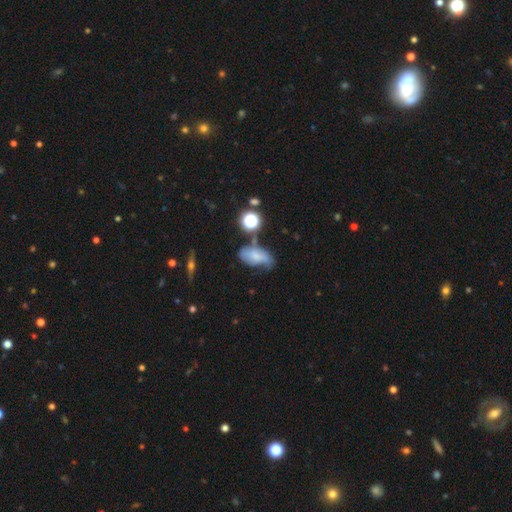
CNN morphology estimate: A smooth galaxy with no disk features (55%) that is in between round and cigar-shaped (87%).

Vote fractions:
- Smooth or featured? smooth: 55% / featured or disk: 32% / star or artifact: 12%
- How rounded? in between: 87% / round: 9% / cigar-shaped: 5%
- Merging? minor disturbance: 36% / none: 34% / major disturbance: 20% / merger: 10%